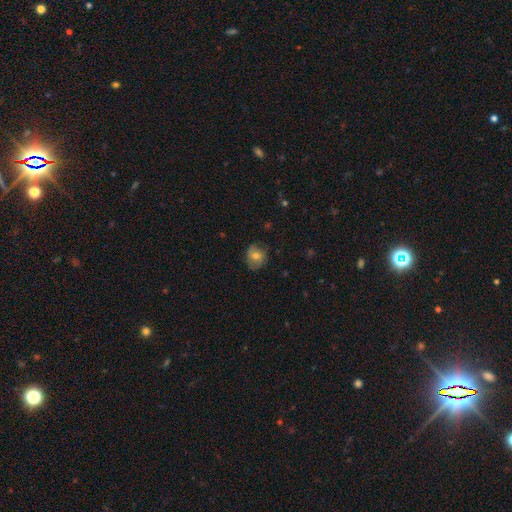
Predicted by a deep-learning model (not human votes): Smooth or featured?
  - smooth: 63% *
  - featured or disk: 28%
  - star or artifact: 9%
How rounded?
  - round: 70% *
  - in between: 29%
  - cigar-shaped: 1%
Merging?
  - none: 73% *
  - minor disturbance: 21%
  - major disturbance: 5%
  - merger: 1%